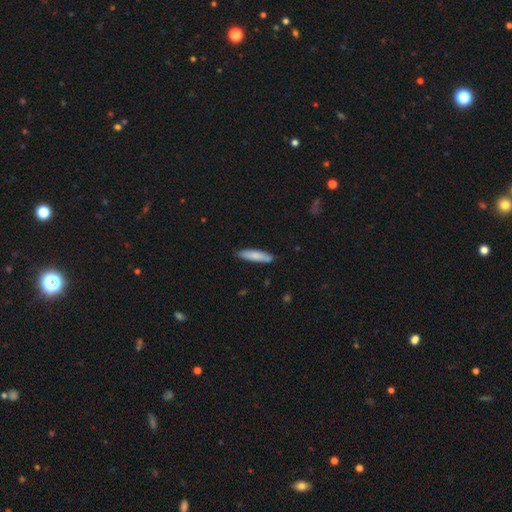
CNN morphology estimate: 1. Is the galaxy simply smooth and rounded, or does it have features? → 81% smooth, 13% featured or disk, 5% star or artifact.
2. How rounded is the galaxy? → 80% cigar-shaped, 19% in between, 1% round.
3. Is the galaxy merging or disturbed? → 84% none, 12% minor disturbance, 2% major disturbance, 2% merger.